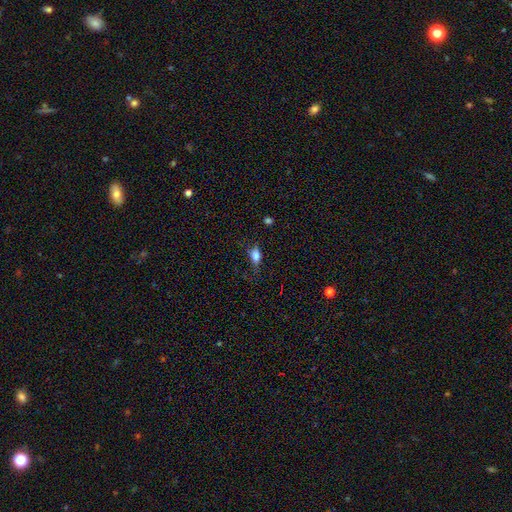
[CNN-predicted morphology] Smooth or featured? Predicted: smooth (p=0.76). How rounded? Predicted: in between (p=0.78). Merging? Predicted: none (p=0.63).